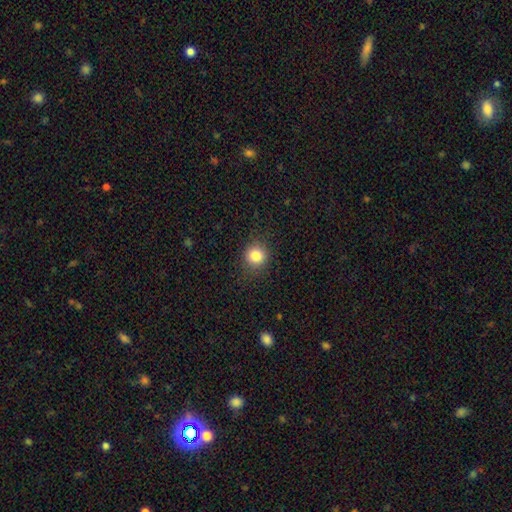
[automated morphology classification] A smooth galaxy with no disk features (84%) that is round (87%).

Vote fractions:
- Smooth or featured? smooth: 84% / star or artifact: 11% / featured or disk: 5%
- How rounded? round: 87% / in between: 12% / cigar-shaped: 1%
- Merging? none: 86% / minor disturbance: 10% / major disturbance: 4% / merger: 1%